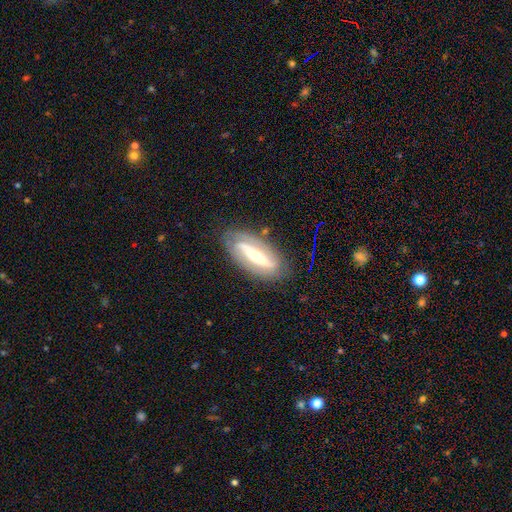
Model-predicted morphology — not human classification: Smooth or featured? Predicted: featured or disk (p=0.78). Edge-on disk? Predicted: no (p=0.79). Bar? Predicted: strong (p=0.71). Spiral arms? Predicted: yes (p=0.78). Bulge size? Predicted: moderate (p=0.54). Merging? Predicted: none (p=0.80).